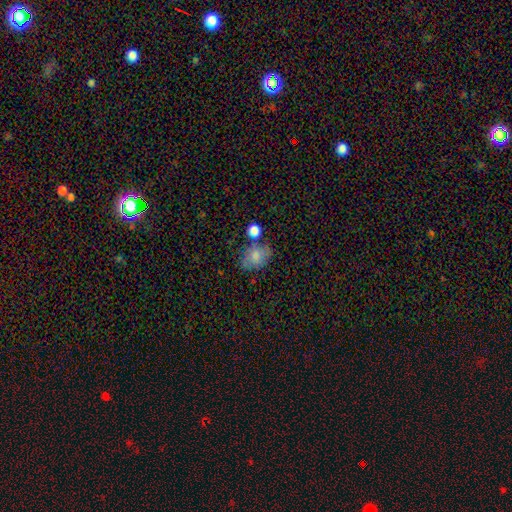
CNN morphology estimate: smooth_or_featured: smooth (p=0.73) [alt: featured or disk p=0.17]
how_rounded: in between (p=0.64) [alt: round p=0.35]
merging: none (p=0.52) [alt: minor disturbance p=0.23]